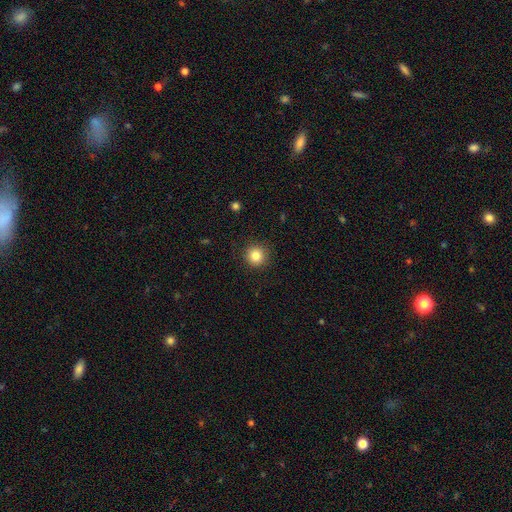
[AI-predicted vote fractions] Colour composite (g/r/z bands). It shows a smooth galaxy with no disk features (84%) that is round (94%). Merging: none (90%).